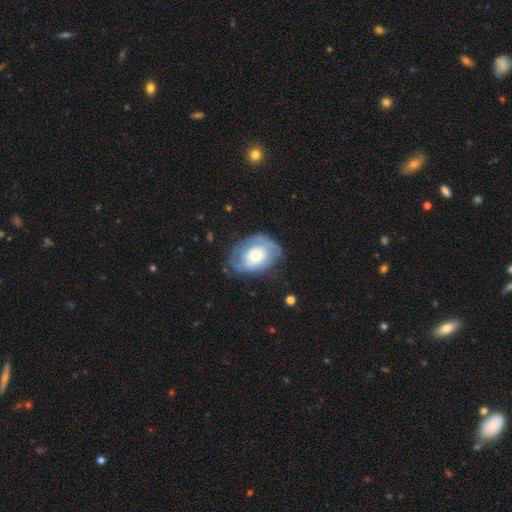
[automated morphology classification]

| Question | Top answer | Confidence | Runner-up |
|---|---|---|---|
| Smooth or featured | featured or disk | 56% | smooth (37%) |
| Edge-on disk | no | 96% | yes (4%) |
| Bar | no | 80% | weak (16%) |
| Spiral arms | yes | 68% | no (32%) |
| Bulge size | small | 39% | moderate (38%) |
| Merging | none | 62% | minor disturbance (24%) |